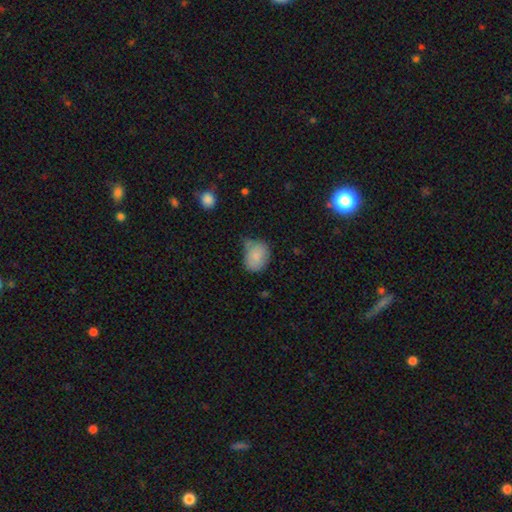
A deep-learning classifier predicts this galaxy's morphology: Smooth or featured? Predicted: smooth (p=0.83). How rounded? Predicted: in between (p=0.52). Merging? Predicted: none (p=0.48).